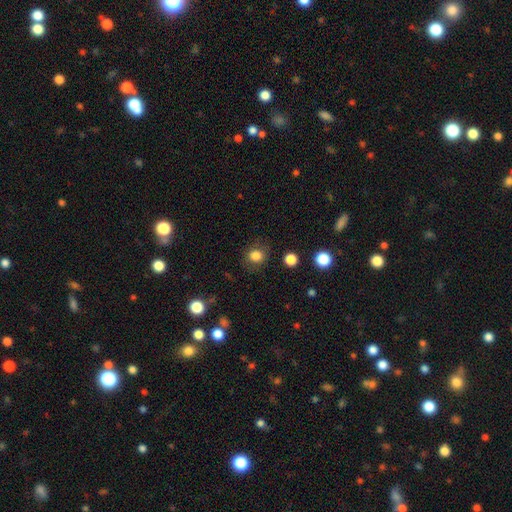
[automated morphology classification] This is clearly a smooth galaxy (83%). How rounded: likely round (74%). Merging: clearly none (80%).